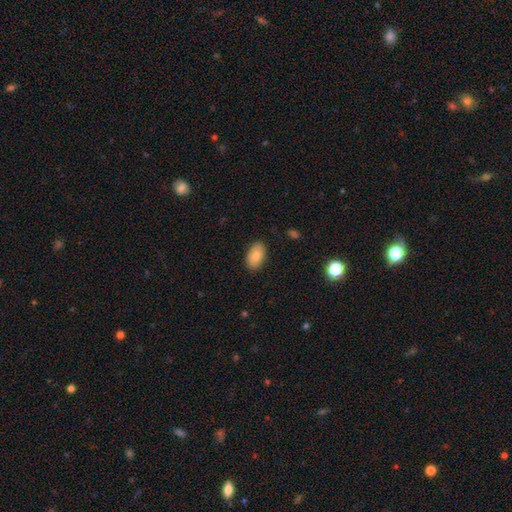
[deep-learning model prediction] smooth 86%, featured or disk 8%, star or artifact 7%. Down the decision tree: how rounded — in between (94%); merging — none (87%).